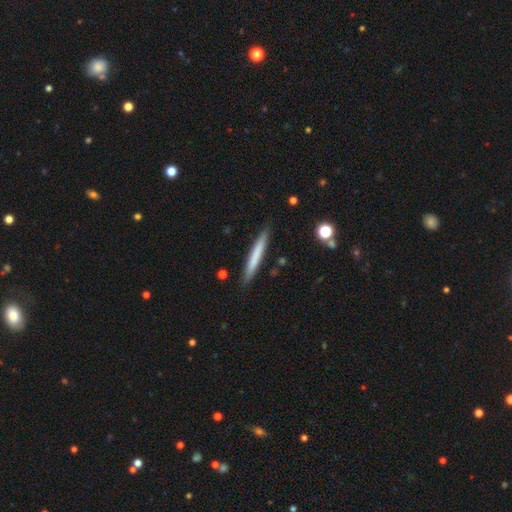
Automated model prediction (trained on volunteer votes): smooth 69%, featured or disk 26%, star or artifact 6%. Down the decision tree: how rounded — cigar-shaped (96%); merging — none (89%).